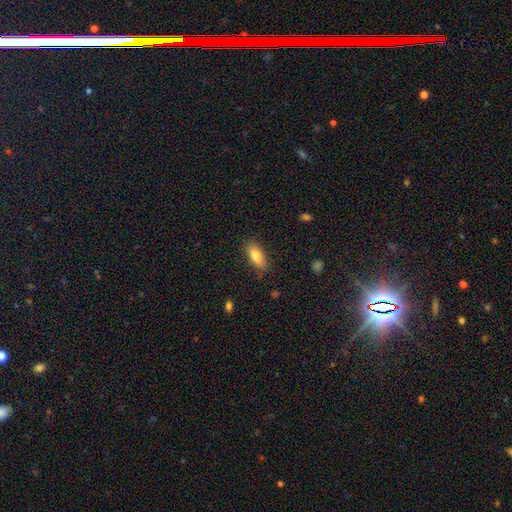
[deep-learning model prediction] The model was most divided on "how rounded": in between: 77%, cigar-shaped: 21%, round: 3%. More confident: merging — none (83%); smooth or featured — smooth (79%).